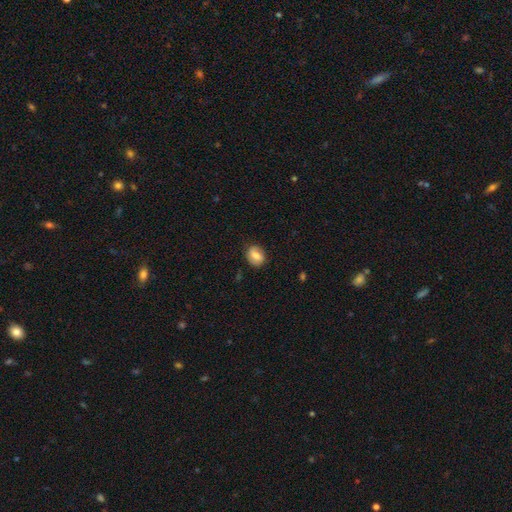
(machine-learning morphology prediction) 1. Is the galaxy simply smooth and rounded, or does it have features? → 69% smooth, 22% featured or disk, 8% star or artifact.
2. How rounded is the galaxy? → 55% in between, 44% round, 1% cigar-shaped.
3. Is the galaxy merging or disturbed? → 82% none, 14% minor disturbance, 4% major disturbance, 1% merger.